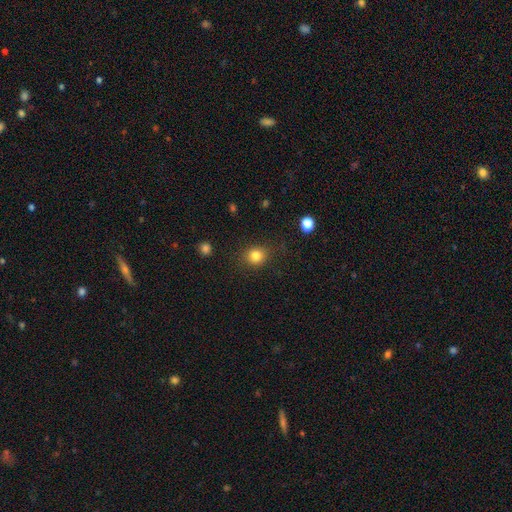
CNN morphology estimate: Q: Smooth or featured?
A: smooth (83%); runner-up: star or artifact (11%)
Q: How rounded?
A: round (78%); runner-up: in between (21%)
Q: Merging?
A: none (84%); runner-up: minor disturbance (11%)